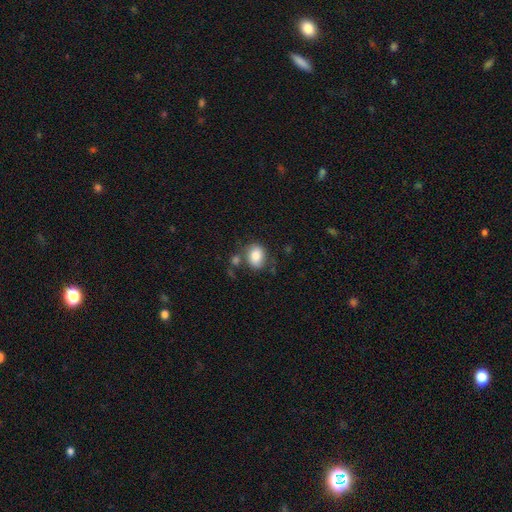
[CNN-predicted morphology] smooth_or_featured: smooth (p=0.82) [alt: featured or disk p=0.09]
how_rounded: in between (p=0.59) [alt: round p=0.40]
merging: none (p=0.65) [alt: minor disturbance p=0.16]